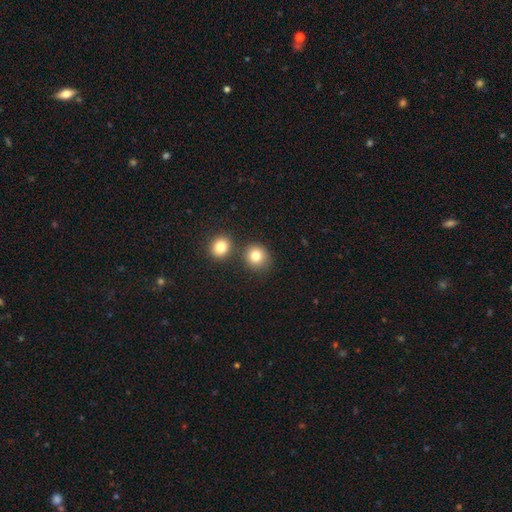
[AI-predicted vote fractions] This is clearly a smooth galaxy (81%). How rounded: clearly round (86%). Merging: likely none (74%).